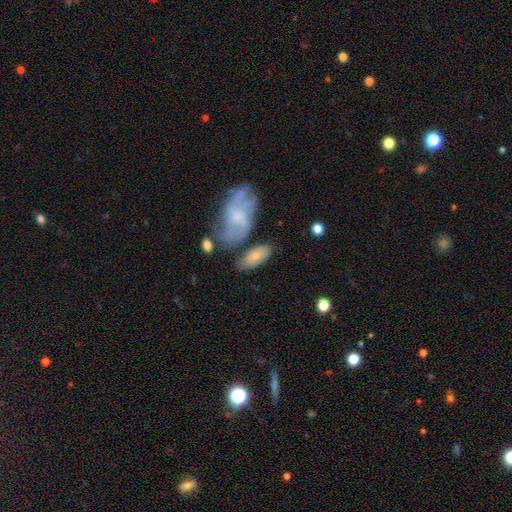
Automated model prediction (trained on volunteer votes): smooth-or-featured: smooth: 72% | featured or disk: 22% | star or artifact: 6%
  how-rounded: in between: 90% | cigar-shaped: 7% | round: 3%
  merging: none: 61% | minor disturbance: 19% | merger: 12% | major disturbance: 8%